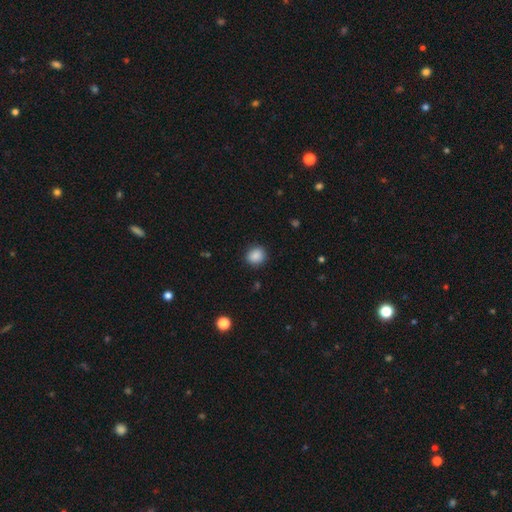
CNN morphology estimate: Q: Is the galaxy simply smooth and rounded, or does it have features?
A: smooth — 88%.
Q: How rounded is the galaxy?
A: round — 76%.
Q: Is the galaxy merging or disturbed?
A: none — 88%.